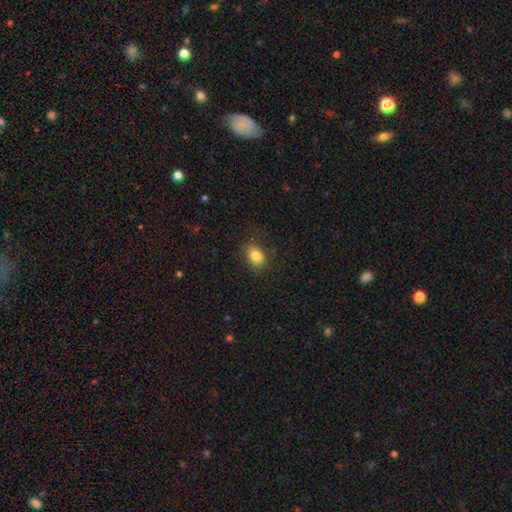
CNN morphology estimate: This appears to be a smooth galaxy with no disk features (83%) that is in between round and cigar-shaped (72%). Merging: none (82%).